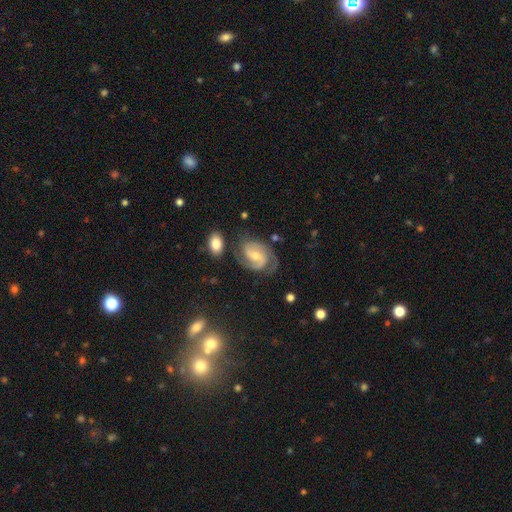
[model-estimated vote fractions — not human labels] featured or disk 86%, smooth 9%, star or artifact 5%. Down the decision tree: edge-on disk — no (98%); bar — weak (46%); spiral arms — yes (97%); spiral arm count — 2 (70%); spiral winding — medium (47%); bulge size — moderate (50%); merging — none (66%).